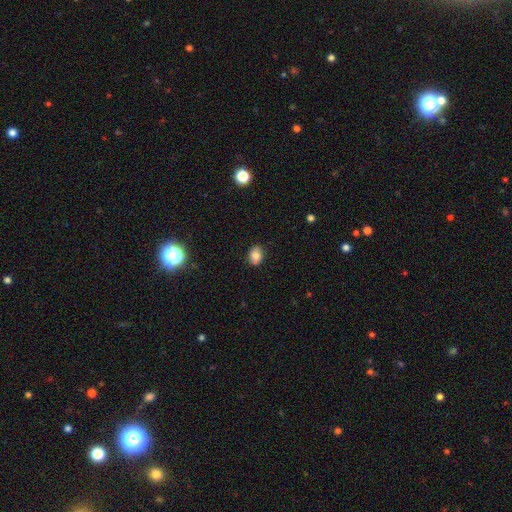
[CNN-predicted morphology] type=smooth (77%); roundness=round (50%); merging=none (76%).